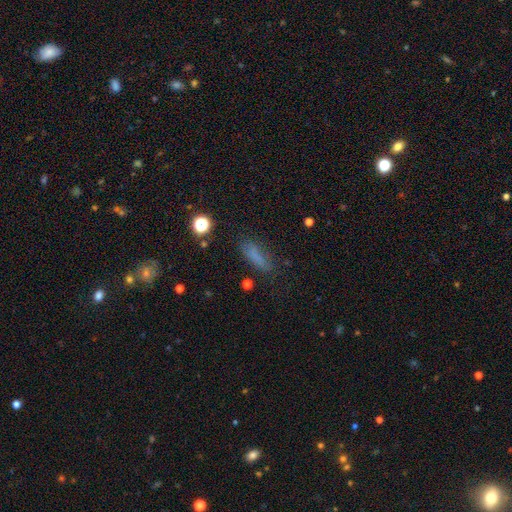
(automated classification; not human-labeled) Q: Smooth or featured?
A: smooth (73%); runner-up: star or artifact (16%)
Q: How rounded?
A: cigar-shaped (52%); runner-up: in between (44%)
Q: Merging?
A: none (72%); runner-up: minor disturbance (18%)